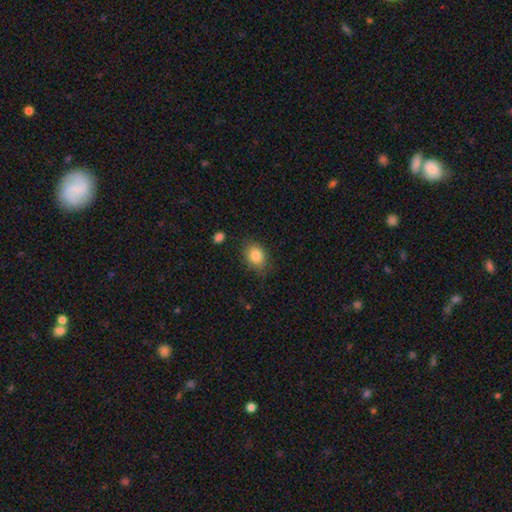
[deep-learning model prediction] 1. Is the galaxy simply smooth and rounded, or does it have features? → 84% smooth, 9% star or artifact, 8% featured or disk.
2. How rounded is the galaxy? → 58% in between, 41% round, 1% cigar-shaped.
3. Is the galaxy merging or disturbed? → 78% none, 17% minor disturbance, 4% major disturbance, 2% merger.